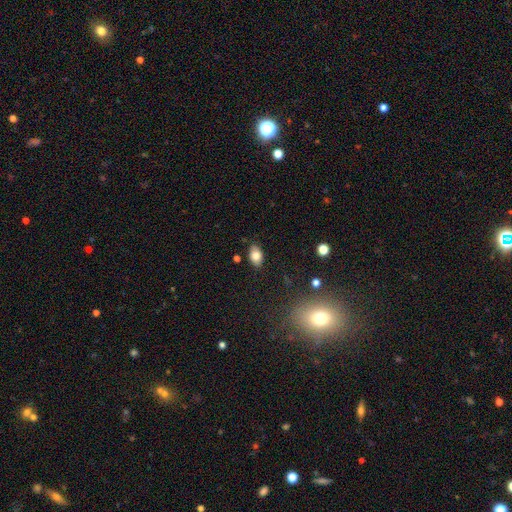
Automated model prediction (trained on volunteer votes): Overall: smooth (80%). How rounded: in between (88%). Merging: none (83%).